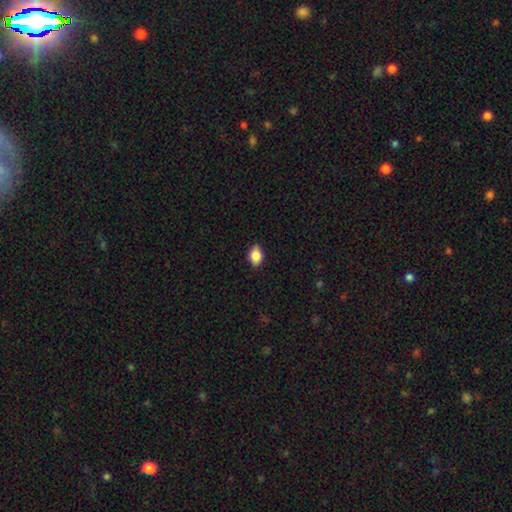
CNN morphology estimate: Smooth or featured: smooth — 84% (star or artifact — 8%)
How rounded: in between — 77% (round — 21%)
Merging: none — 82% (minor disturbance — 14%)